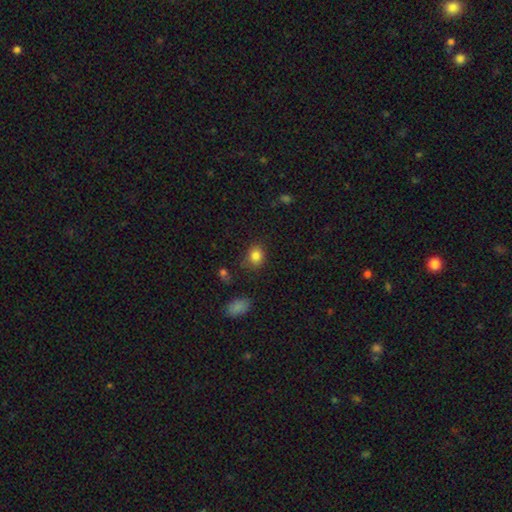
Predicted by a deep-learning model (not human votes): Smooth or featured? smooth (83%)
How rounded? round (54%)
Merging? none (76%)